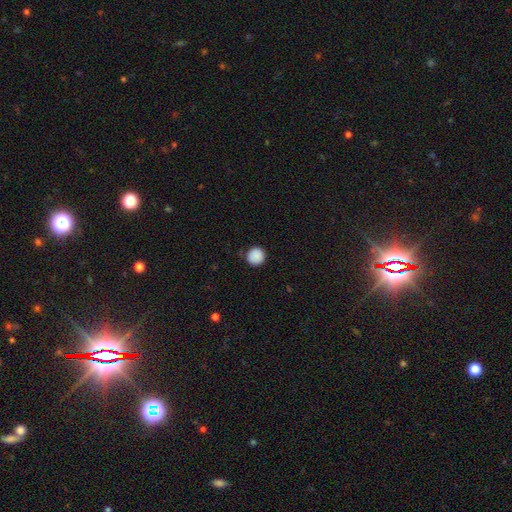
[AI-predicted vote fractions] This is clearly a smooth galaxy (89%). How rounded: clearly round (94%). Merging: clearly none (87%).